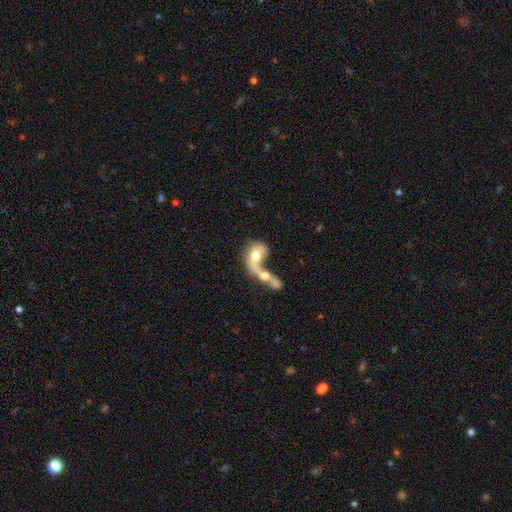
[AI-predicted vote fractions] This is possibly a smooth galaxy (55%). How rounded: possibly in between (51%). Merging: likely merger (77%).